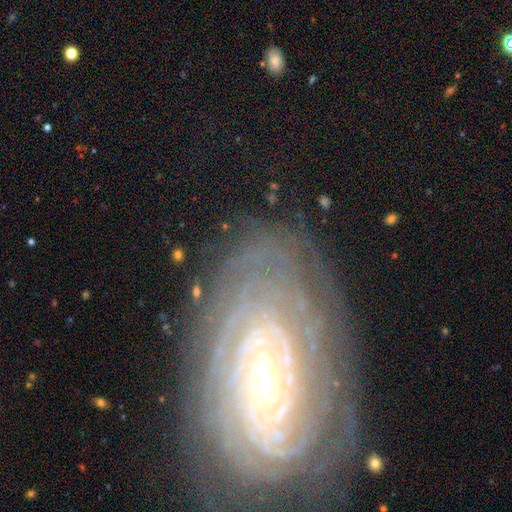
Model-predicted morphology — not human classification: A featured or disk galaxy (85%) with a weak bar (38%, tied with no), tight (84%) spiral arms (95%) and a small central bulge (54%). Merging: none (77%).